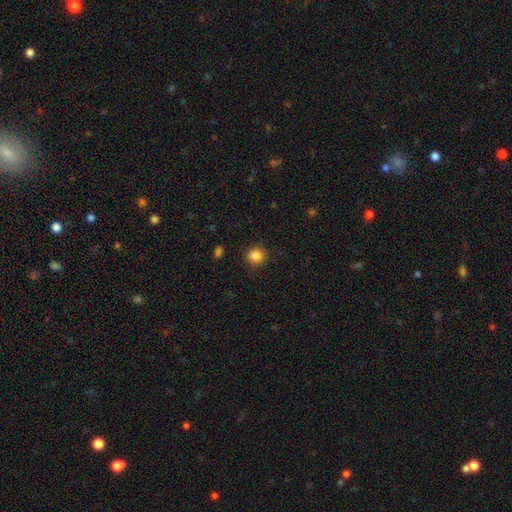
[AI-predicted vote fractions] The model was most divided on "smooth or featured": smooth: 86%, star or artifact: 11%, featured or disk: 3%. More confident: how rounded — round (89%); merging — none (86%).